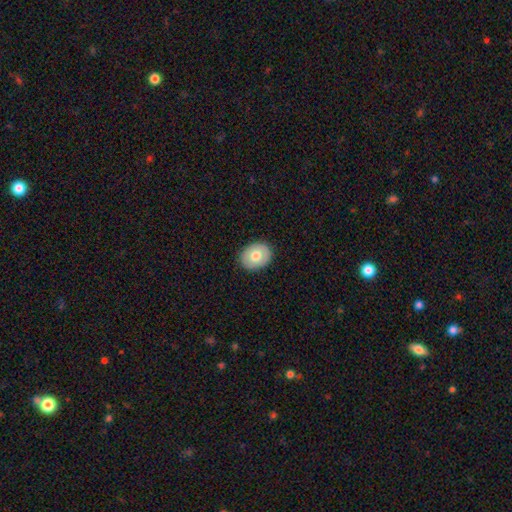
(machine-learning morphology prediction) smooth-or-featured: smooth: 69% | featured or disk: 24% | star or artifact: 7%
  how-rounded: in between: 52% | round: 48% | cigar-shaped: 1%
  merging: none: 89% | minor disturbance: 8% | major disturbance: 2% | merger: 1%